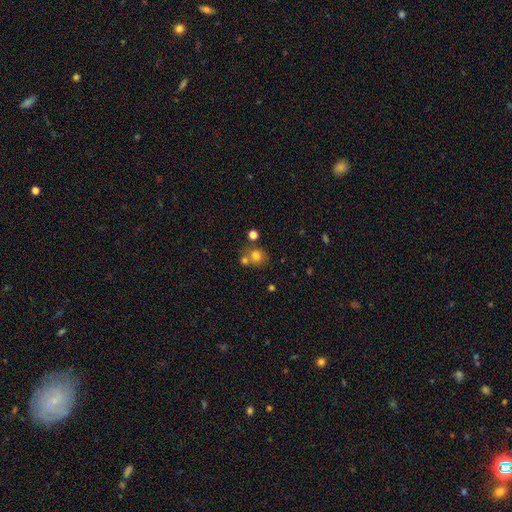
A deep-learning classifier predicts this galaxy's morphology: smooth 74%, star or artifact 14%, featured or disk 12%. Down the decision tree: how rounded — round (76%); merging — none (56%).